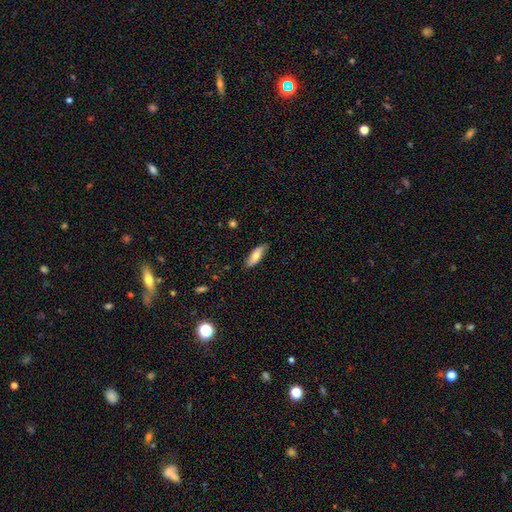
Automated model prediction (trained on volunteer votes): This appears to be a smooth galaxy with no disk features (72%) that is in between round and cigar-shaped (62%). Merging: none (84%).